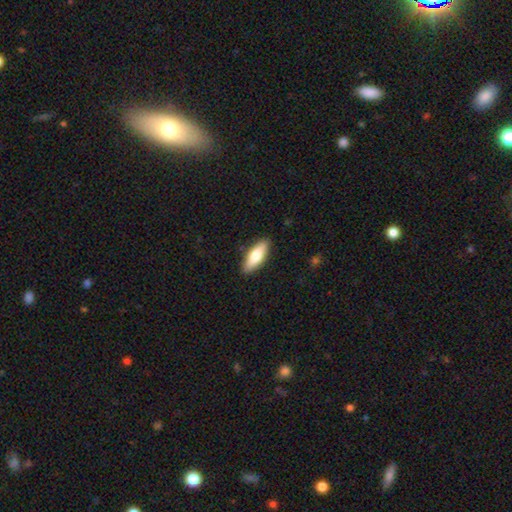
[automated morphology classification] smooth 72%, featured or disk 22%, star or artifact 6%. Down the decision tree: how rounded — in between (66%); merging — none (87%).